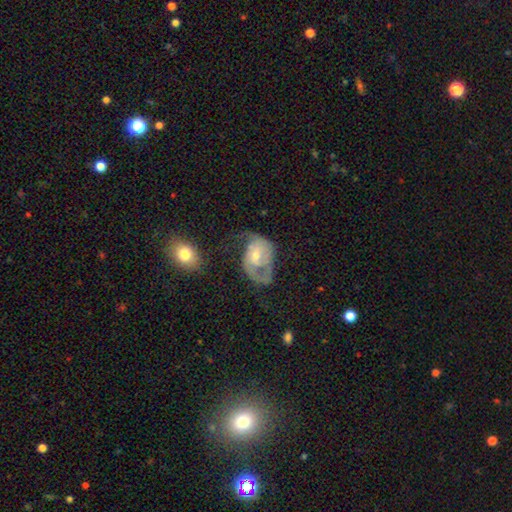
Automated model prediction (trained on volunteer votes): Morphology: type=featured or disk (73%); edge-on=no (97%); bar=no (55%); spiral arms=yes (84%); winding=medium (44%); arm count=2 (63%); bulge=small (50%); merging=major disturbance (41%).